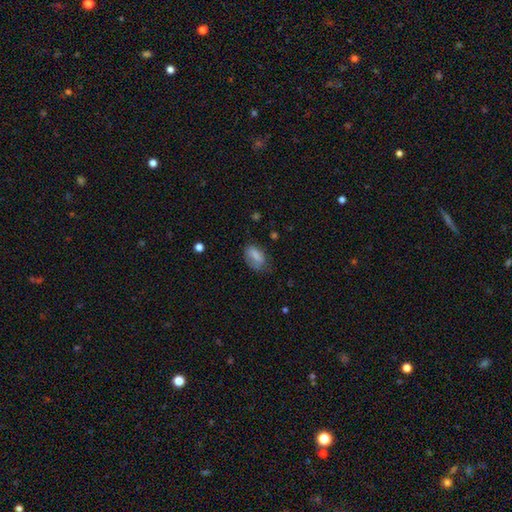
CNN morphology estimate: Smooth or featured? smooth (79%)
How rounded? in between (87%)
Merging? none (54%)